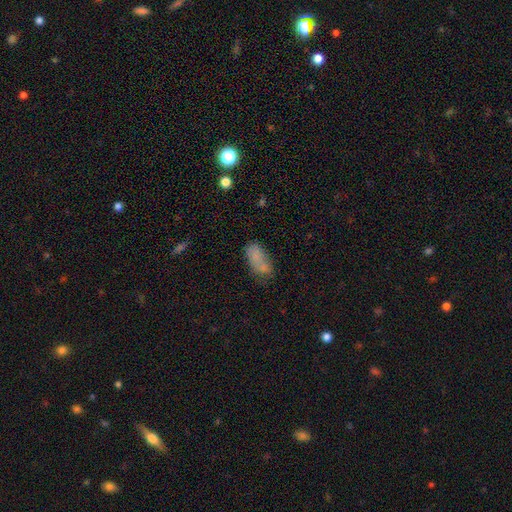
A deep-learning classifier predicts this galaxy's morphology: Smooth or featured? smooth (75%)
How rounded? in between (90%)
Merging? none (42%)